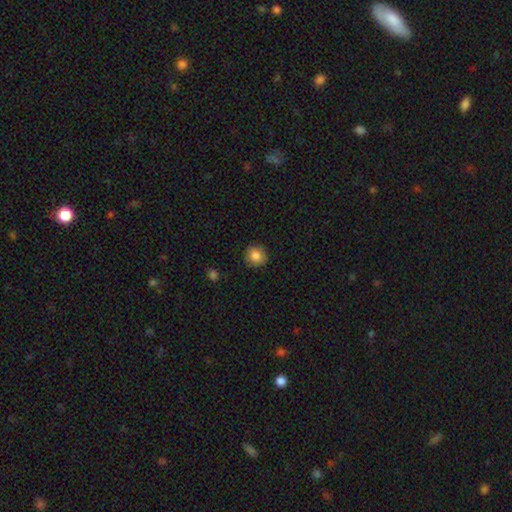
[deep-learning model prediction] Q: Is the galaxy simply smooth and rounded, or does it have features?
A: smooth — 85%.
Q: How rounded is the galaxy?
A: round — 91%.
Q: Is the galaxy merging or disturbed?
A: none — 90%.